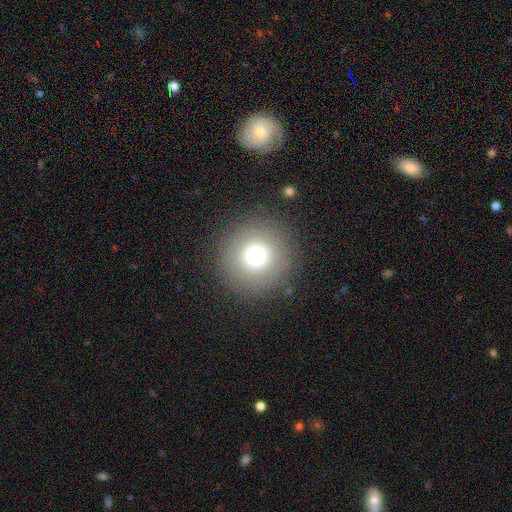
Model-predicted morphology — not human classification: smooth 74%, star or artifact 13%, featured or disk 13%. Down the decision tree: how rounded — round (97%); merging — none (89%).